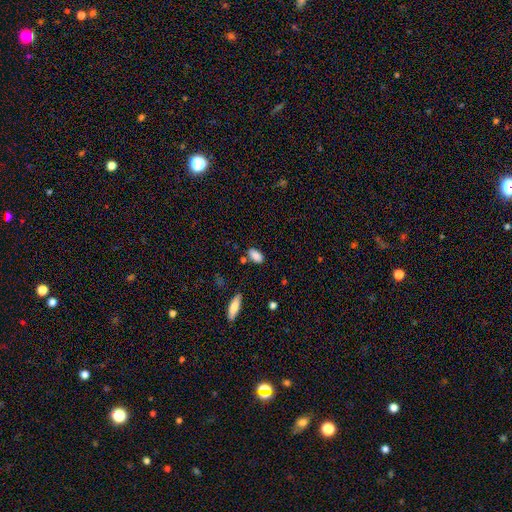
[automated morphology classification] smooth_or_featured: smooth (p=0.87) [alt: star or artifact p=0.08]
how_rounded: in between (p=0.91) [alt: cigar-shaped p=0.05]
merging: none (p=0.76) [alt: minor disturbance p=0.15]